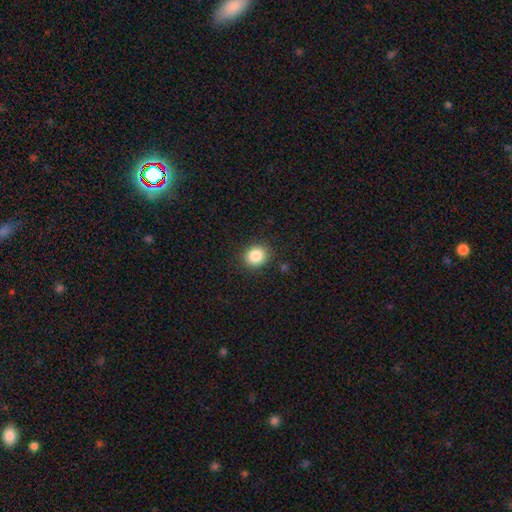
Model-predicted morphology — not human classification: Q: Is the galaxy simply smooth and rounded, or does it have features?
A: smooth — 85%.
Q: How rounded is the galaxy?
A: round — 72%.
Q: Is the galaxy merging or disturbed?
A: none — 89%.